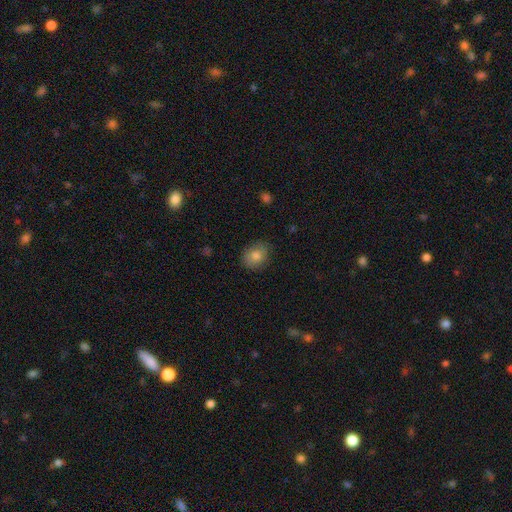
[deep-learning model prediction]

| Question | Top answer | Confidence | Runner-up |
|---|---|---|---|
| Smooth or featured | smooth | 81% | star or artifact (10%) |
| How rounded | round | 51% | in between (48%) |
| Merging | none | 83% | minor disturbance (13%) |